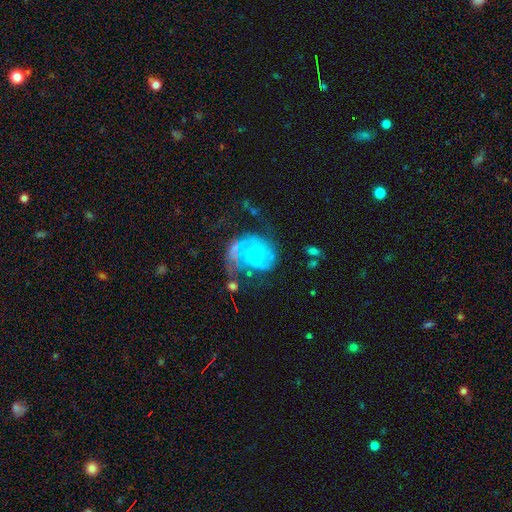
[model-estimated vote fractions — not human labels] This appears to be a featured or disk galaxy (79%) with no bar (69%), 2 (53%) medium (43%) spiral arms (87%) and a small central bulge (69%). Merging: none (32%).